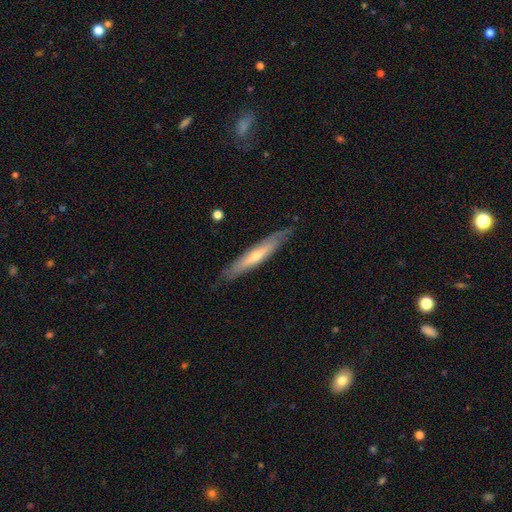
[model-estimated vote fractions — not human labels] Overall: featured or disk (57%; smooth 37%). Edge-on disk: yes (76%). Merging: none (82%).